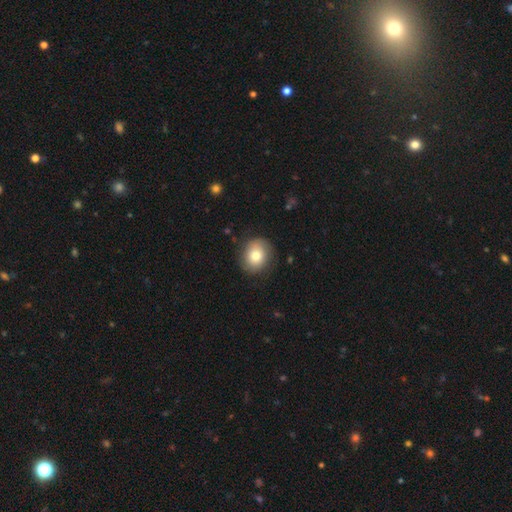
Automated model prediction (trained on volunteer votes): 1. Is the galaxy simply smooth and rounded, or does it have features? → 76% smooth, 15% featured or disk, 8% star or artifact.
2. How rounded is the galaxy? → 74% round, 25% in between, 1% cigar-shaped.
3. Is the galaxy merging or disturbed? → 84% none, 12% minor disturbance, 3% major disturbance, 1% merger.